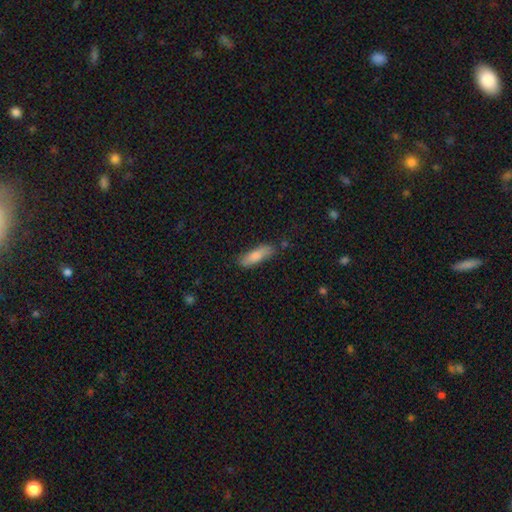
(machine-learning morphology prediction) Smooth or featured? Predicted: smooth (p=0.81). How rounded? Predicted: cigar-shaped (p=0.49, tied with in between). Merging? Predicted: none (p=0.77).